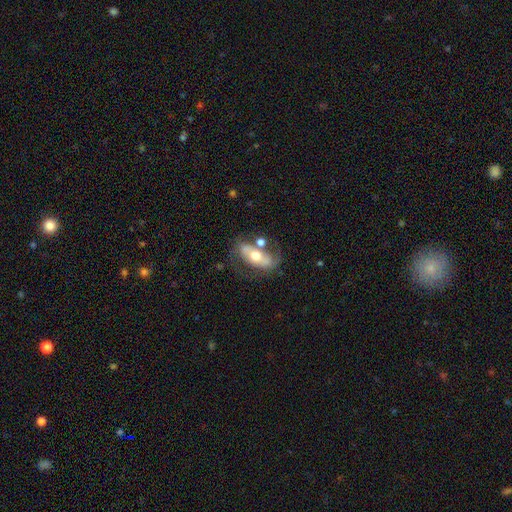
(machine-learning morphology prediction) type=featured or disk (61%); edge-on=no (88%); bar=no (52%); spiral arms=yes (62%); bulge=moderate (70%); merging=none (50%).